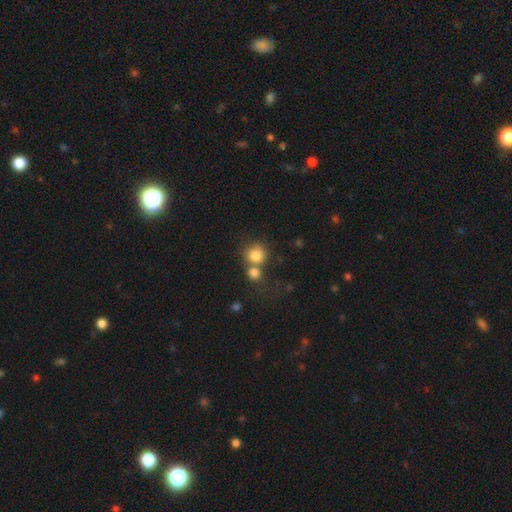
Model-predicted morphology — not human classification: Smooth or featured: smooth — 81% (star or artifact — 11%)
How rounded: round — 86% (in between — 13%)
Merging: none — 48% (merger — 40%)